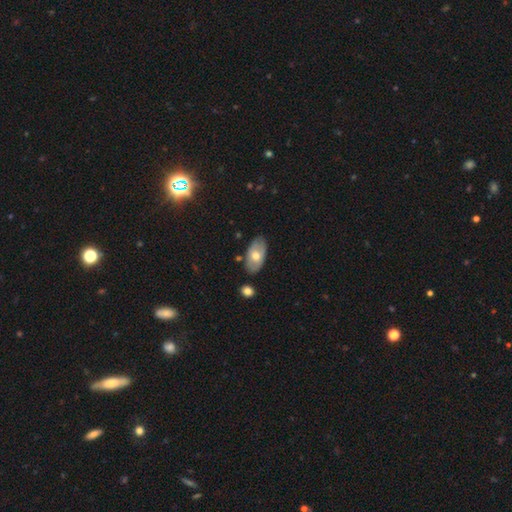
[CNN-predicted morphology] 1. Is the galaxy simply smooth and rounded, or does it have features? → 60% smooth, 34% featured or disk, 6% star or artifact.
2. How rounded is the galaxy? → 93% in between, 4% round, 2% cigar-shaped.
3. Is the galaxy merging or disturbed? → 78% none, 15% minor disturbance, 4% merger, 3% major disturbance.